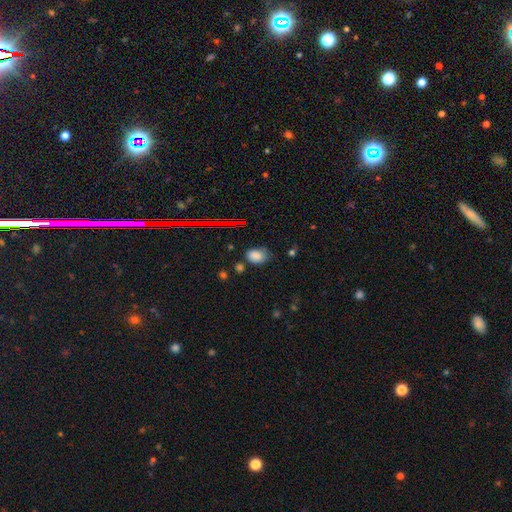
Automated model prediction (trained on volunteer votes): Morphology: type=smooth (80%); roundness=in between (76%); merging=none (62%).